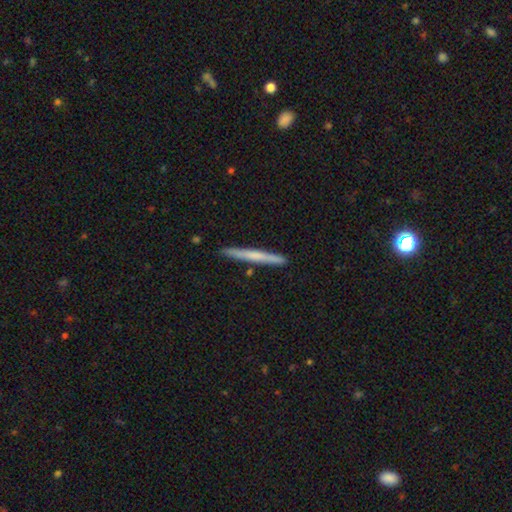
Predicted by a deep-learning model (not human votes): Smooth or featured: smooth — 56% (featured or disk — 38%)
How rounded: cigar-shaped — 97% (in between — 2%)
Merging: none — 90% (minor disturbance — 7%)